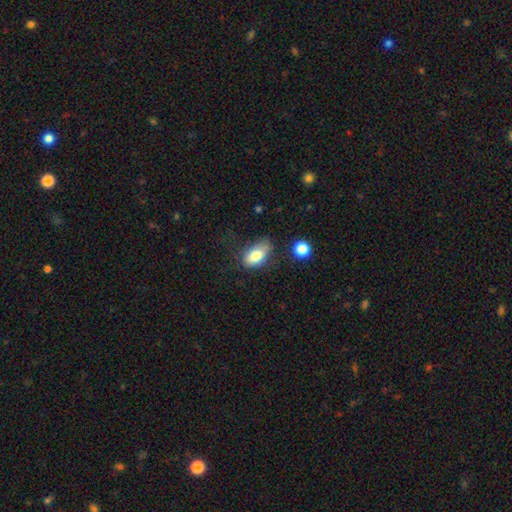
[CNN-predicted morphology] This appears to be a smooth galaxy with no disk features (78%) that is in between round and cigar-shaped (90%). Merging: none (46%).